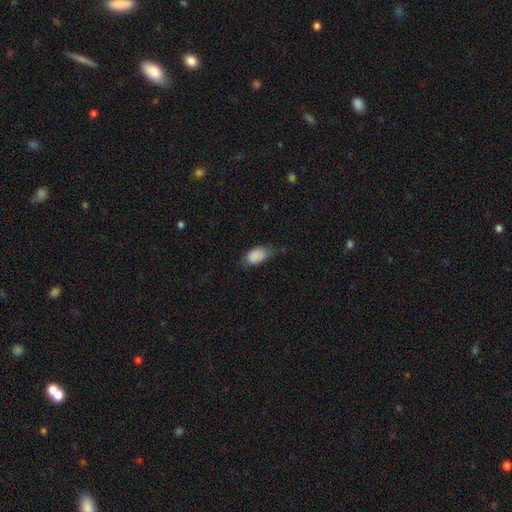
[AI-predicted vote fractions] The model was most divided on "merging": none: 54%, minor disturbance: 34%, major disturbance: 10%, merger: 2%. More confident: how rounded — in between (91%); smooth or featured — smooth (86%).